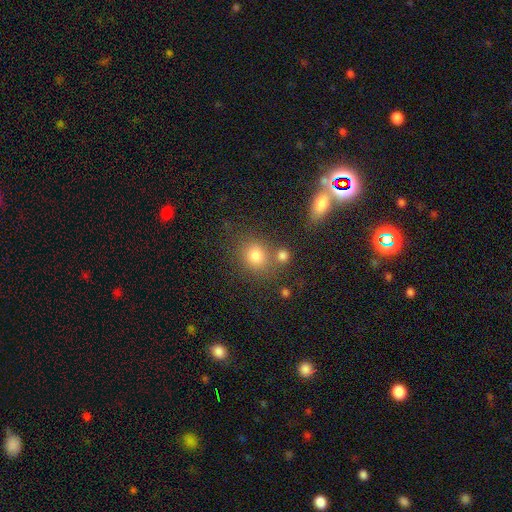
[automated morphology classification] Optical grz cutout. It shows a smooth galaxy with no disk features (78%) that is round (71%). Merging: none (66%).